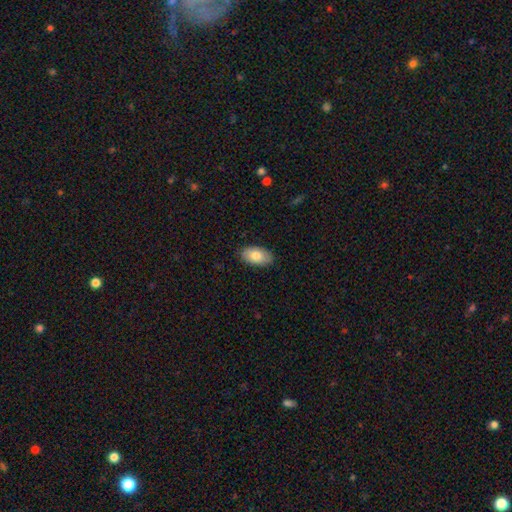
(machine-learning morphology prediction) This is clearly a smooth galaxy (81%). How rounded: clearly in between (94%). Merging: clearly none (87%).